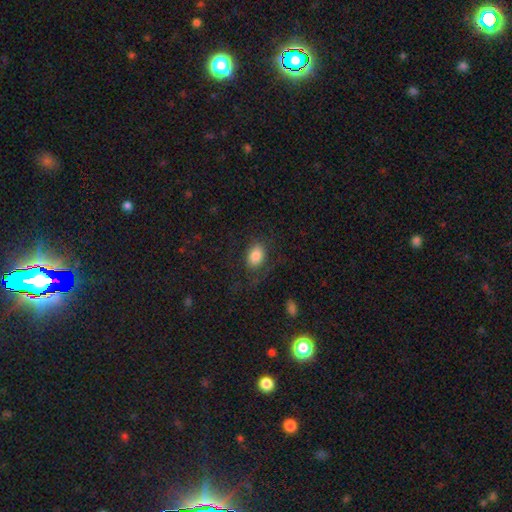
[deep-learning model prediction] Overall: smooth (81%). How rounded: in between (81%). Merging: none (70%).